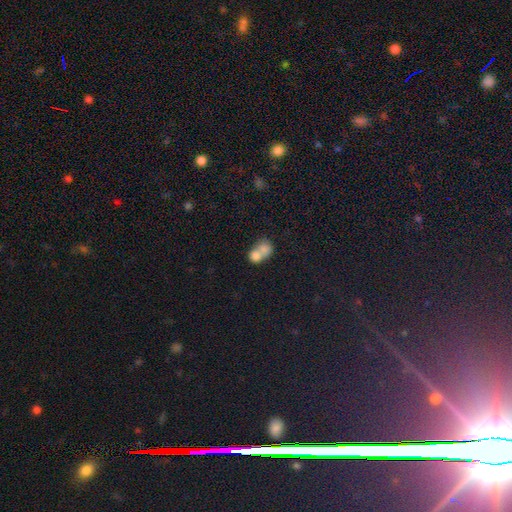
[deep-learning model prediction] smooth 73%, featured or disk 17%, star or artifact 10%. Down the decision tree: how rounded — round (61%); merging — merger (72%).